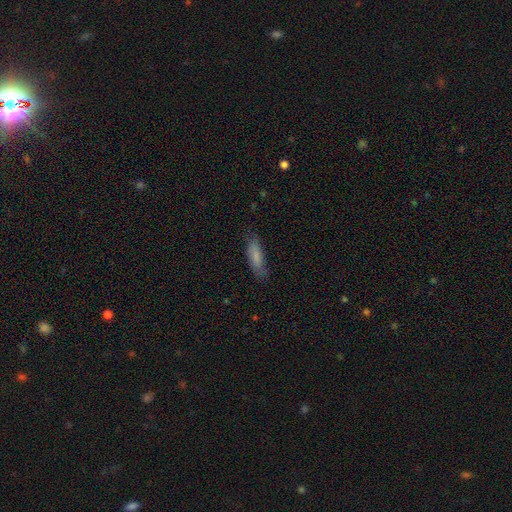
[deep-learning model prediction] Smooth or featured? Predicted: smooth (p=0.76). How rounded? Predicted: cigar-shaped (p=0.52). Merging? Predicted: none (p=0.75).